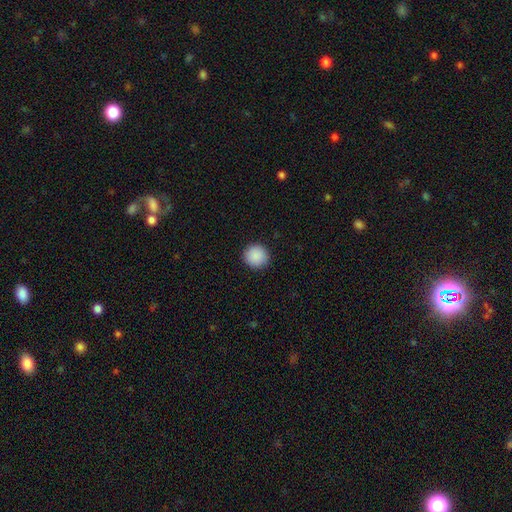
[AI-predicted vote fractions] Morphology: type=smooth (90%); roundness=round (94%); merging=none (92%).